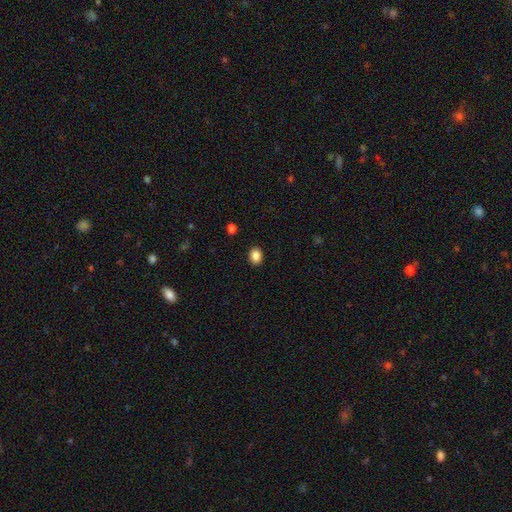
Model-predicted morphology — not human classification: The model was most divided on "how rounded": in between: 57%, round: 43%, cigar-shaped: 1%. More confident: merging — none (90%); smooth or featured — smooth (87%).